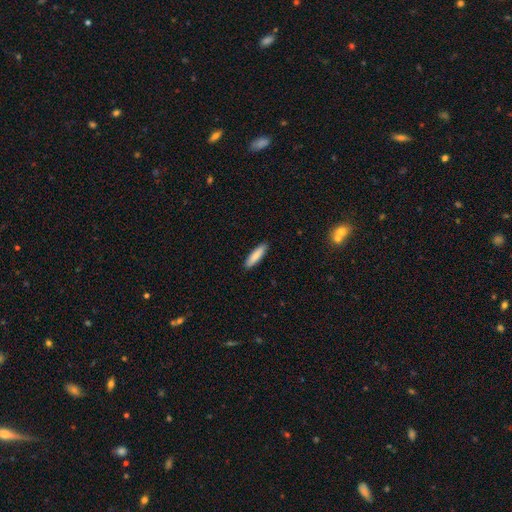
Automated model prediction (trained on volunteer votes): Smooth or featured?
  - smooth: 86% *
  - featured or disk: 9%
  - star or artifact: 5%
How rounded?
  - cigar-shaped: 70% *
  - in between: 29%
  - round: 1%
Merging?
  - none: 90% *
  - minor disturbance: 7%
  - major disturbance: 1%
  - merger: 1%